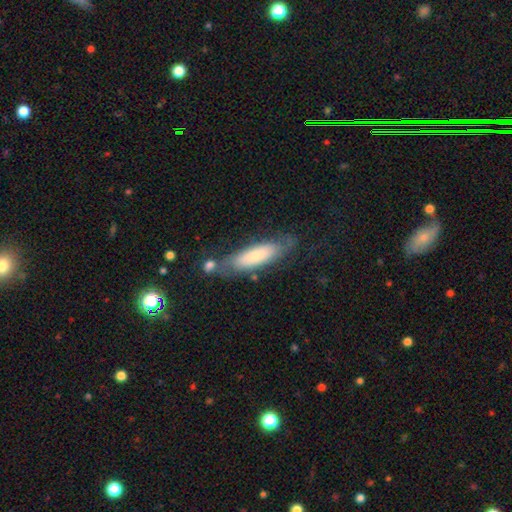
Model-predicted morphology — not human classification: Smooth or featured: smooth — 69% (featured or disk — 24%)
How rounded: cigar-shaped — 51% (in between — 48%)
Merging: none — 60% (minor disturbance — 22%)